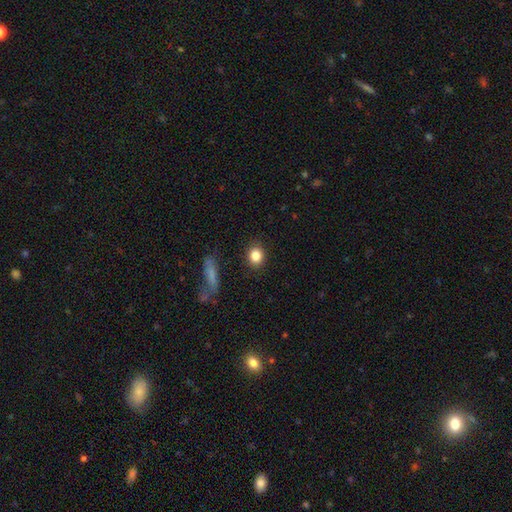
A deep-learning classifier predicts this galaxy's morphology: This appears to be a smooth galaxy with no disk features (84%) that is round (67%). Merging: none (89%).